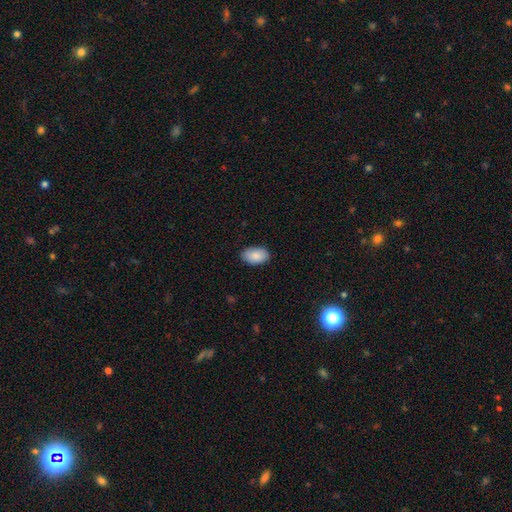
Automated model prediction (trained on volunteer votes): Smooth or featured? smooth (88%)
How rounded? in between (93%)
Merging? none (86%)